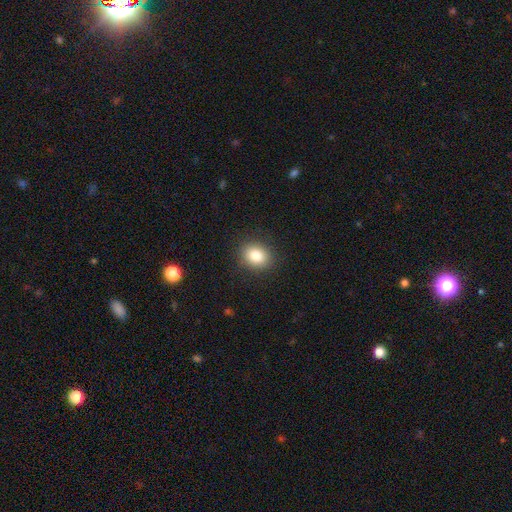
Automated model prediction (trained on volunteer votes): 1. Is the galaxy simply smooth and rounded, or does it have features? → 83% smooth, 10% star or artifact, 7% featured or disk.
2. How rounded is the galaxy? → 57% round, 42% in between, 1% cigar-shaped.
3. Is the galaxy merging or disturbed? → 89% none, 8% minor disturbance, 3% major disturbance, 1% merger.